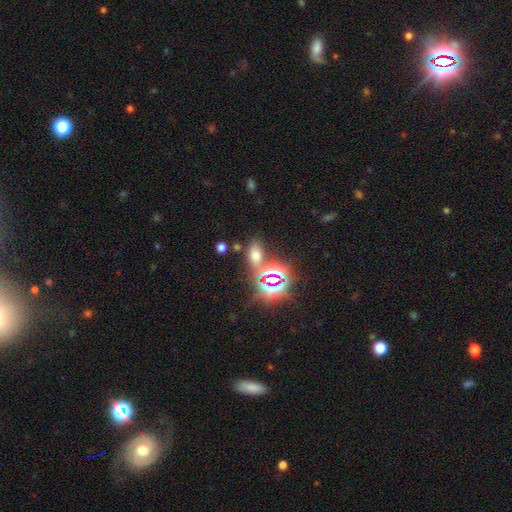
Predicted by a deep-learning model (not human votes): Smooth or featured?
  - smooth: 51% *
  - star or artifact: 39%
  - featured or disk: 10%
How rounded?
  - in between: 83% *
  - round: 13%
  - cigar-shaped: 4%
Merging?
  - none: 69% *
  - merger: 14%
  - minor disturbance: 12%
  - major disturbance: 5%